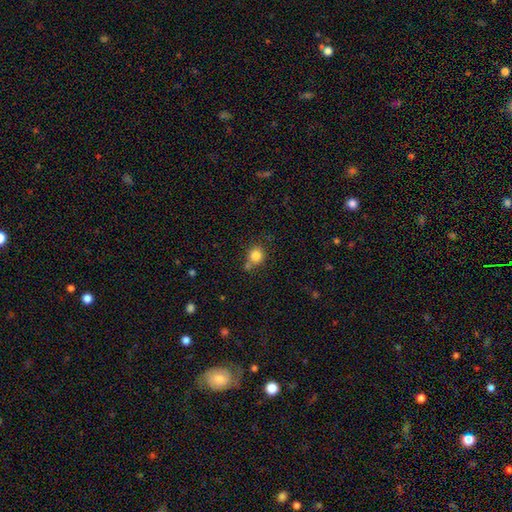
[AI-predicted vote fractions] smooth-or-featured: smooth: 83% | star or artifact: 11% | featured or disk: 6%
  how-rounded: round: 83% | in between: 16% | cigar-shaped: 1%
  merging: none: 64% | merger: 16% | minor disturbance: 16% | major disturbance: 5%